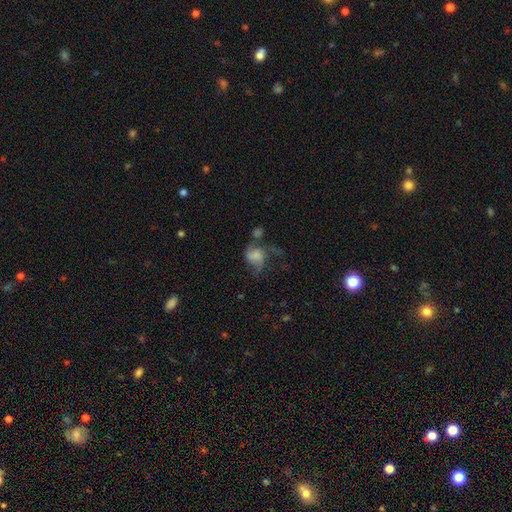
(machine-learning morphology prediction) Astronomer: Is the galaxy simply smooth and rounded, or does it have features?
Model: featured or disk — 50% (runner-up: smooth, 38%).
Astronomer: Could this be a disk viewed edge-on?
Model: no — 97%.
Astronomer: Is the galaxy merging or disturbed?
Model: major disturbance — 40% (runner-up: none, 26%).